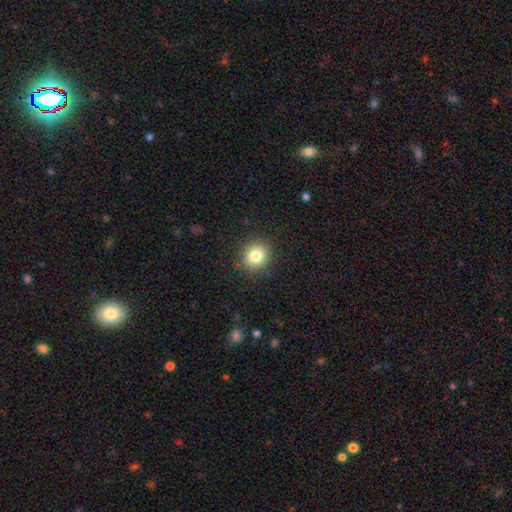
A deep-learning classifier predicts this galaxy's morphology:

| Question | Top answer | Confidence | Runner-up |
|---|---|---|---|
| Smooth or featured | smooth | 82% | star or artifact (11%) |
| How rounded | round | 82% | in between (17%) |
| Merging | none | 89% | minor disturbance (8%) |